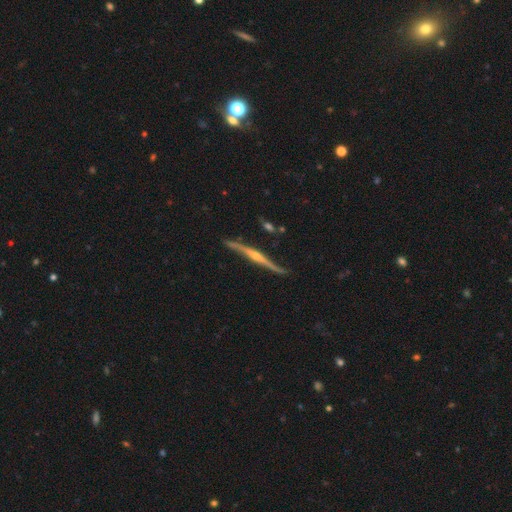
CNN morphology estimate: Q: Smooth or featured?
A: featured or disk (82%); runner-up: smooth (12%)
Q: Edge-on disk?
A: yes (97%); runner-up: no (3%)
Q: Edge-on bulge?
A: rounded (78%); runner-up: none (14%)
Q: Merging?
A: none (85%); runner-up: minor disturbance (11%)